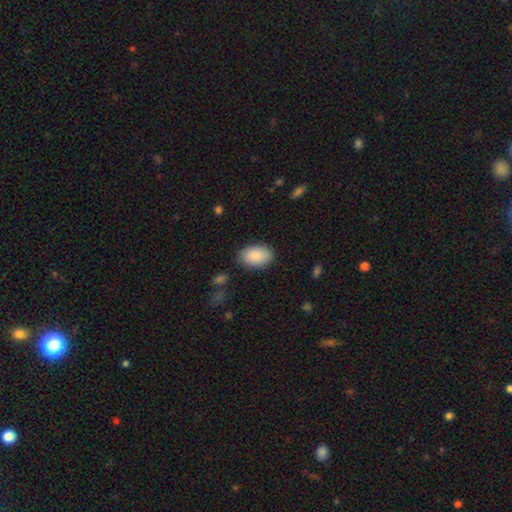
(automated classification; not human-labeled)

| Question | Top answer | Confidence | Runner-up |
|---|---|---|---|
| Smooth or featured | smooth | 89% | star or artifact (6%) |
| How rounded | in between | 92% | round (7%) |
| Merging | none | 86% | minor disturbance (10%) |